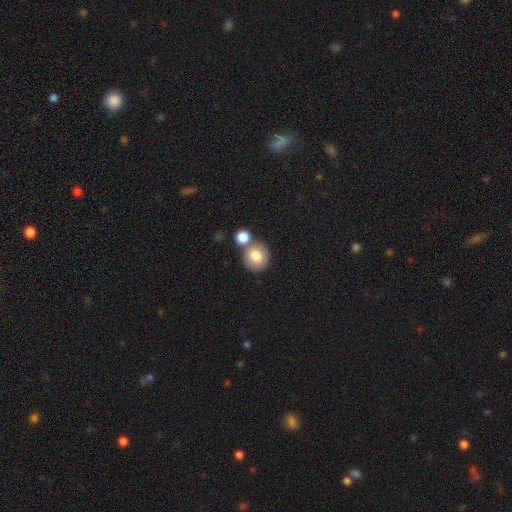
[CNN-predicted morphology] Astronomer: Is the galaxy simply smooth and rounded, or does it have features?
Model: smooth — 79%.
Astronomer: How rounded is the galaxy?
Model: round — 83%.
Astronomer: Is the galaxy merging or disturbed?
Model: none — 56%.